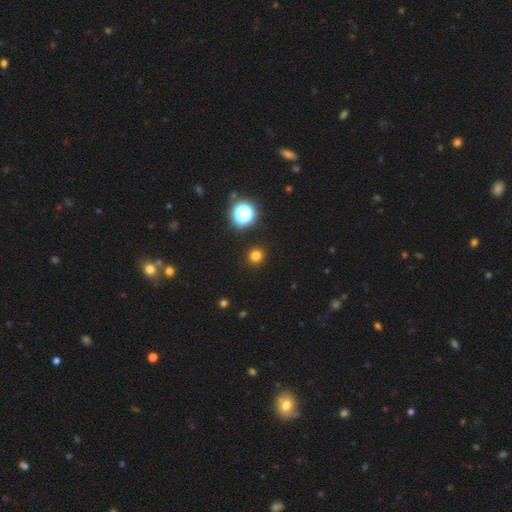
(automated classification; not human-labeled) Overall: smooth (78%). How rounded: round (92%). Merging: none (92%).